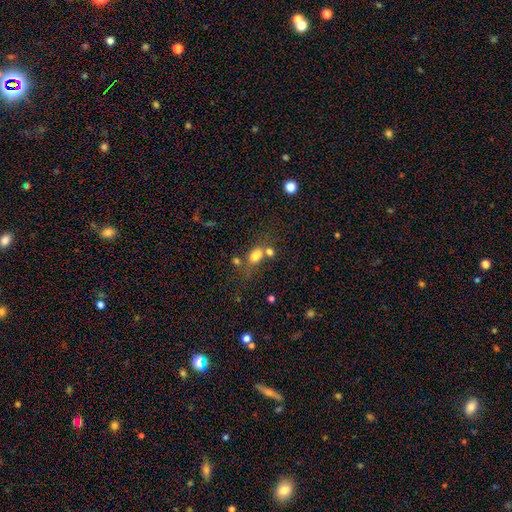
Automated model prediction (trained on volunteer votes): Overall: smooth (76%). How rounded: in between (76%). Merging: none (39%; merger 37%).